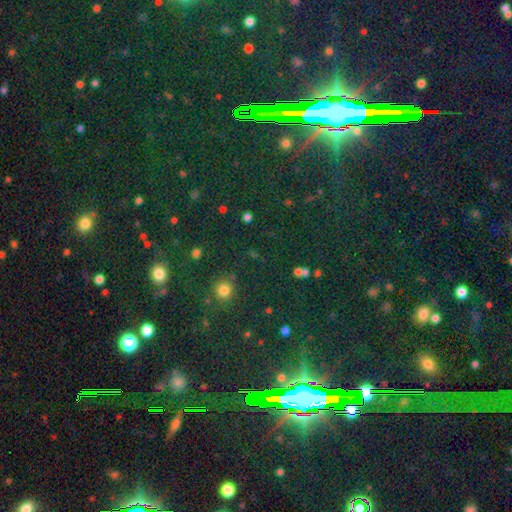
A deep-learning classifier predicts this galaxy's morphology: This appears to be a star or artifact, not a galaxy (74%).